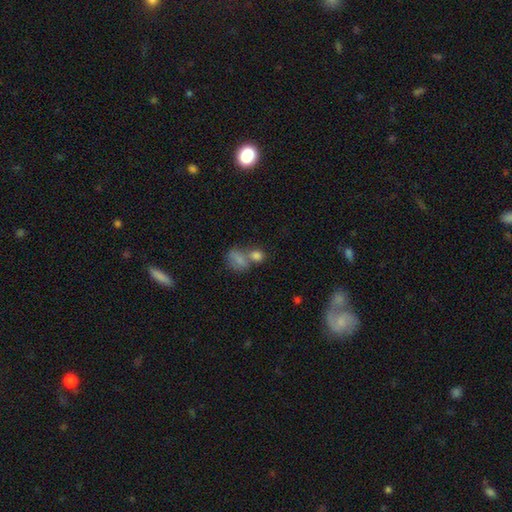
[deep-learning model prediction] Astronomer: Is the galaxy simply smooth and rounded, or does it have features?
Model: smooth — 79%.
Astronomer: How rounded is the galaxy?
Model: in between — 49%, tied with round at 49%.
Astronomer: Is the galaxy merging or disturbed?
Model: merger — 51% (runner-up: none, 34%).